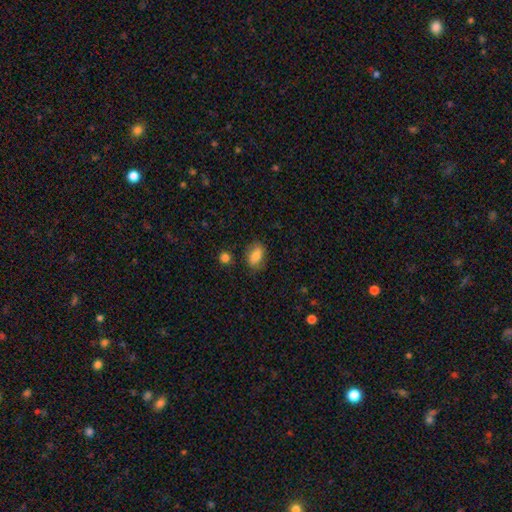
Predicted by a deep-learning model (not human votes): This appears to be a smooth galaxy with no disk features (86%) that is in between round and cigar-shaped (87%). Merging: none (80%).